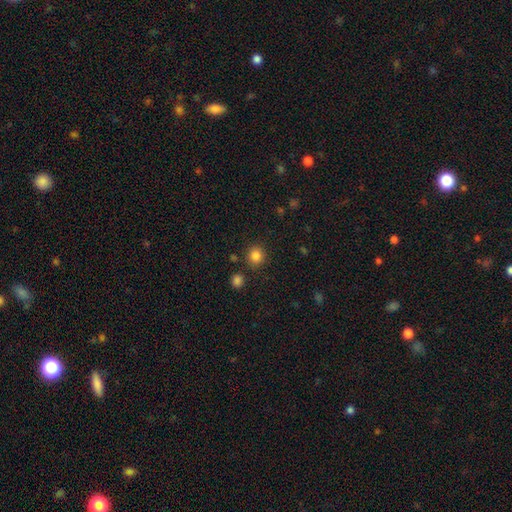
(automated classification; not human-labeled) Smooth or featured? Predicted: smooth (p=0.84). How rounded? Predicted: round (p=0.89). Merging? Predicted: none (p=0.86).